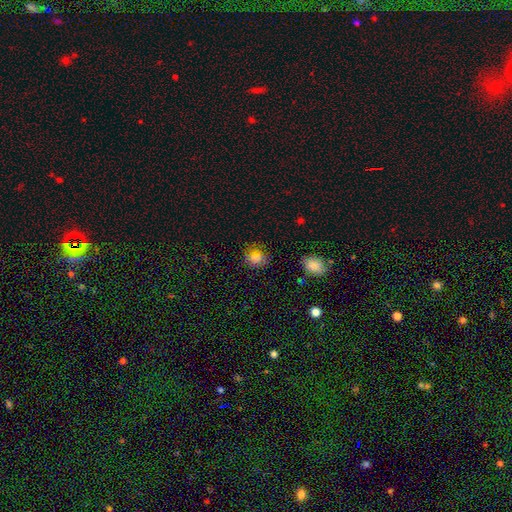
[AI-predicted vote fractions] A smooth galaxy with no disk features (74%) that is round (76%). Merging: none (83%).